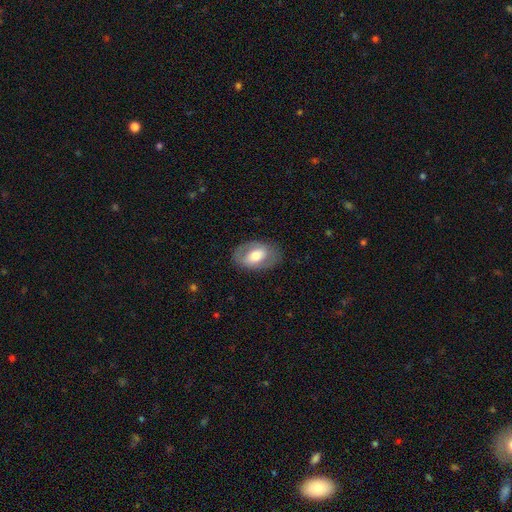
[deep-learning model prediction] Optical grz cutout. It shows a smooth galaxy with no disk features (48%). Merging: none (80%).